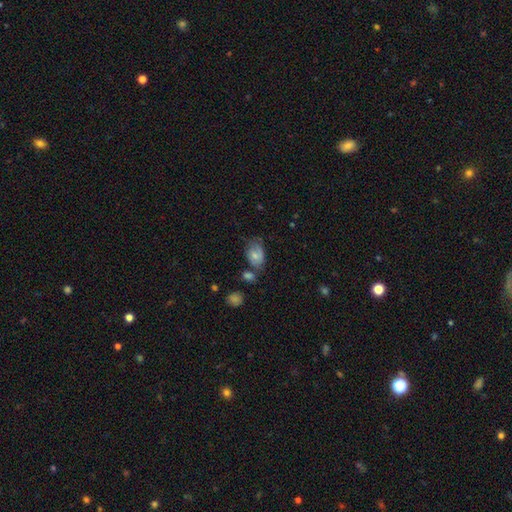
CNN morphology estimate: smooth-or-featured: smooth: 57% | featured or disk: 34% | star or artifact: 9%
  how-rounded: in between: 82% | round: 17% | cigar-shaped: 1%
  merging: none: 48% | minor disturbance: 28% | merger: 13% | major disturbance: 11%